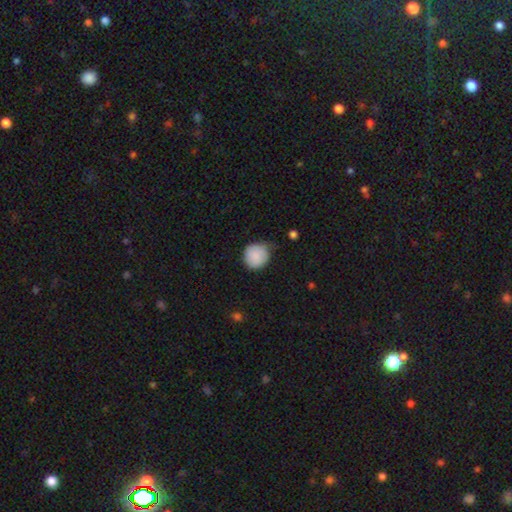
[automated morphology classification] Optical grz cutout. It shows a smooth galaxy with no disk features (86%) that is round (90%). Merging: none (62%).